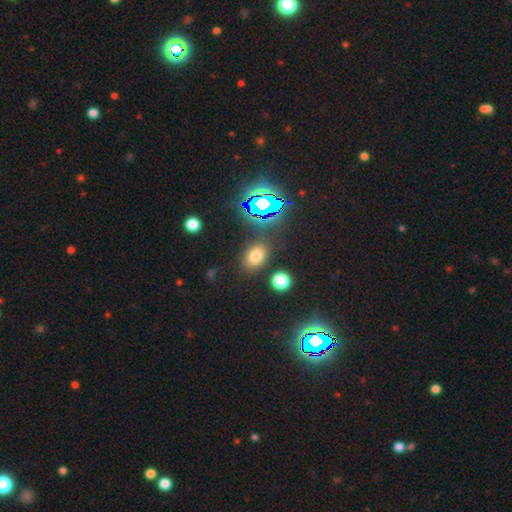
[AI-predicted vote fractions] A smooth galaxy with no disk features (67%) that is in between round and cigar-shaped (75%).

Vote fractions:
- Smooth or featured? smooth: 67% / star or artifact: 23% / featured or disk: 10%
- How rounded? in between: 75% / round: 23% / cigar-shaped: 2%
- Merging? none: 82% / minor disturbance: 10% / merger: 4% / major disturbance: 4%